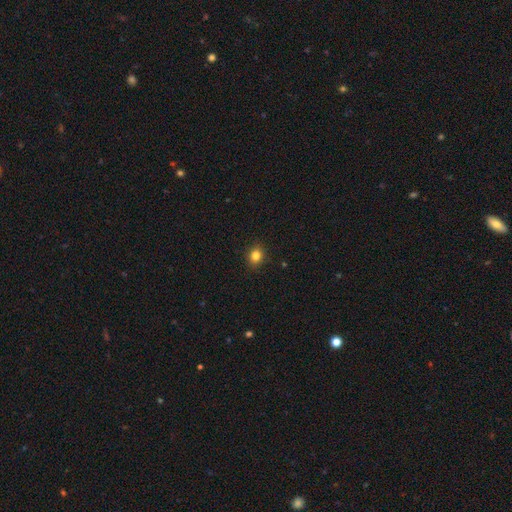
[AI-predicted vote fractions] This appears to be a smooth galaxy with no disk features (82%) that is round (70%). Merging: none (90%).